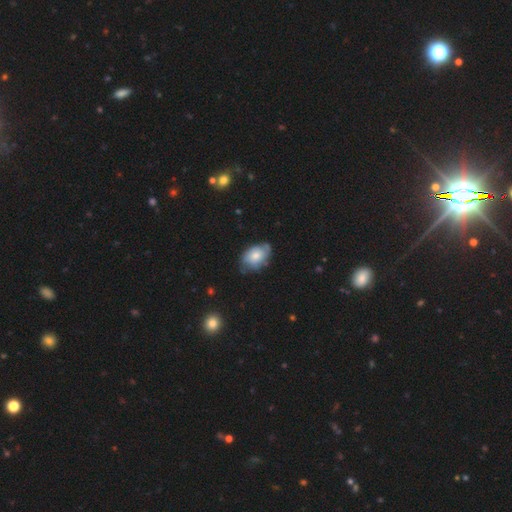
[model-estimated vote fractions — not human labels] smooth_or_featured: smooth (p=0.58) [alt: featured or disk p=0.34]
how_rounded: in between (p=0.85) [alt: round p=0.14]
merging: none (p=0.60) [alt: minor disturbance p=0.31]